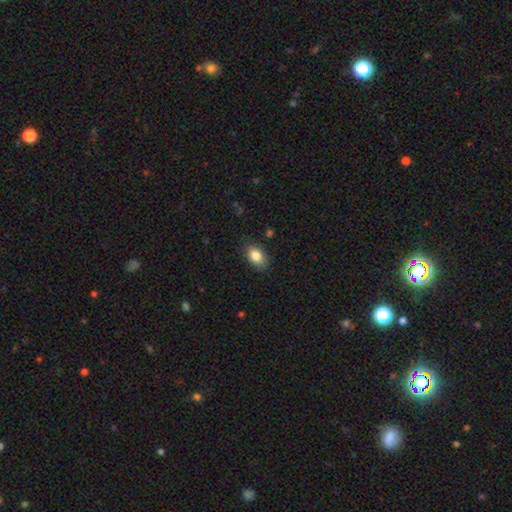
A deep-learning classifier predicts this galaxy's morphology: Smooth or featured? Predicted: smooth (p=0.84). How rounded? Predicted: in between (p=0.85). Merging? Predicted: none (p=0.82).